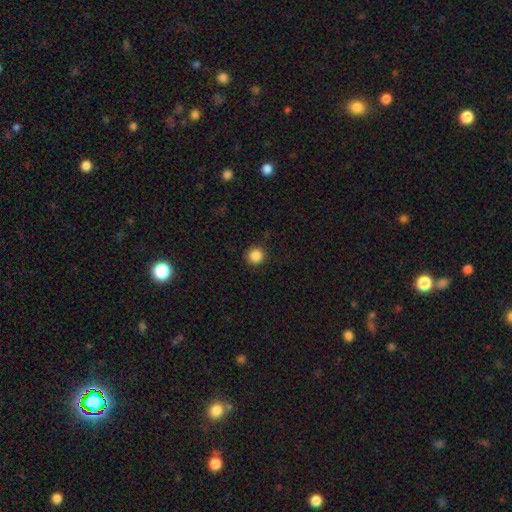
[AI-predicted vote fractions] Q: Smooth or featured?
A: smooth (86%); runner-up: star or artifact (11%)
Q: How rounded?
A: round (94%); runner-up: in between (5%)
Q: Merging?
A: none (90%); runner-up: minor disturbance (7%)